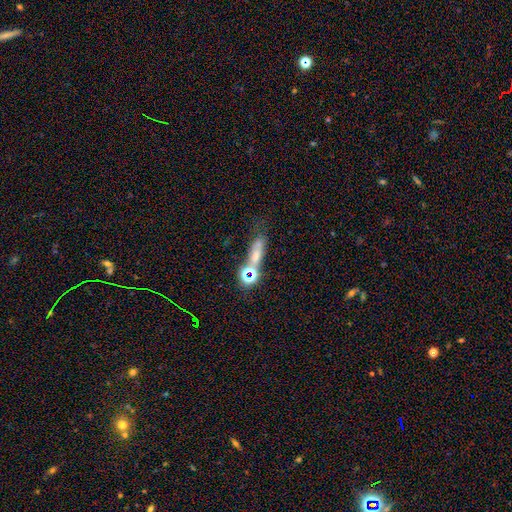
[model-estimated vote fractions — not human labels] smooth-or-featured: smooth: 51% | star or artifact: 26% | featured or disk: 22%
  how-rounded: cigar-shaped: 43% | in between: 40% | round: 16%
  merging: none: 44% | merger: 24% | minor disturbance: 18% | major disturbance: 14%